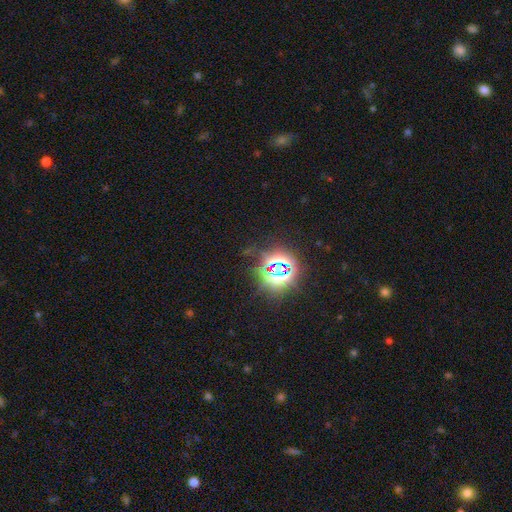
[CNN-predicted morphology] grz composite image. It shows a star or artifact, not a galaxy (80%).